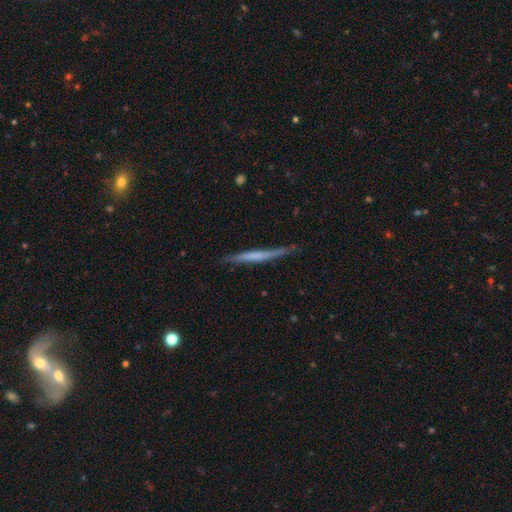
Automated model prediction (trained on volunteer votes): smooth-or-featured: featured or disk: 50% | smooth: 44% | star or artifact: 6%
  disk-edge-on: yes: 95% | no: 5%
  merging: none: 80% | minor disturbance: 15% | major disturbance: 3% | merger: 2%